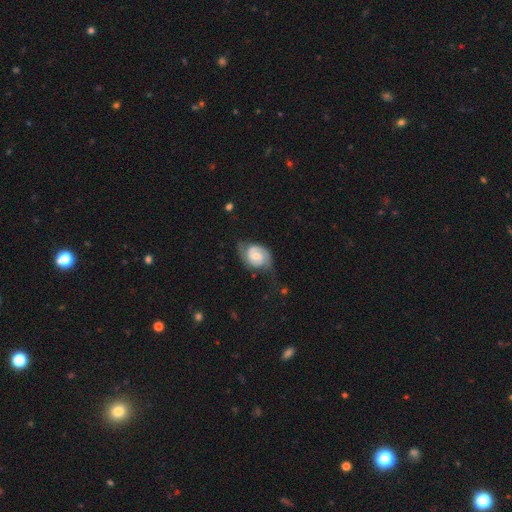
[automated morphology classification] smooth_or_featured: featured or disk (p=0.69) [alt: smooth p=0.25]
disk_edge_on: no (p=0.97) [alt: yes p=0.03]
bar: no (p=0.52) [alt: weak p=0.39]
has_spiral_arms: yes (p=0.90) [alt: no p=0.10]
spiral_winding: medium (p=0.41) [alt: tight p=0.40]
spiral_arm_count: 2 (p=0.80) [alt: can't tell p=0.11]
bulge_size: moderate (p=0.53) [alt: small p=0.37]
merging: none (p=0.54) [alt: minor disturbance p=0.27]